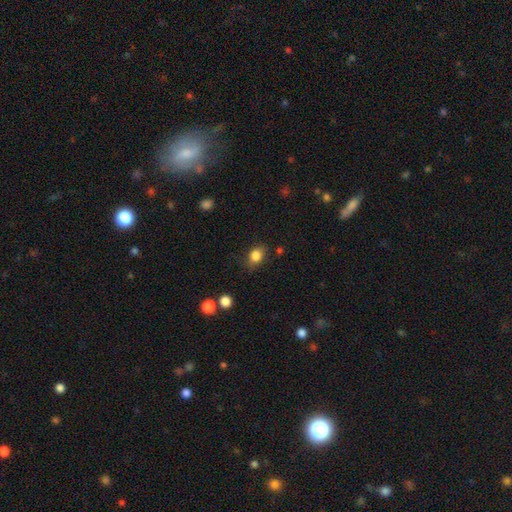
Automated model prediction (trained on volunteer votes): Q: Smooth or featured?
A: smooth (84%); runner-up: star or artifact (10%)
Q: How rounded?
A: in between (60%); runner-up: round (39%)
Q: Merging?
A: none (73%); runner-up: minor disturbance (20%)